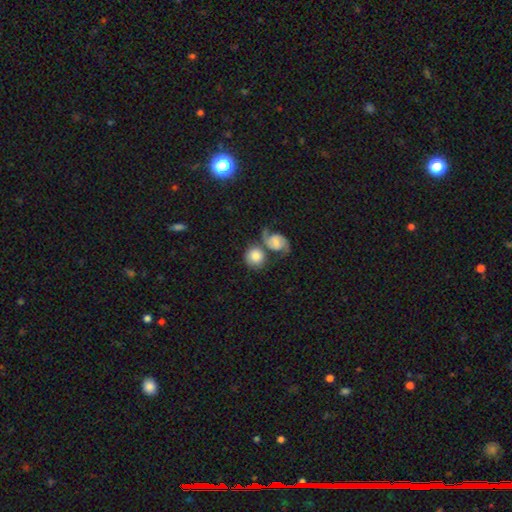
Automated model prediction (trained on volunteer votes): Overall: smooth (67%). How rounded: round (82%). Merging: none (43%; merger 40%).